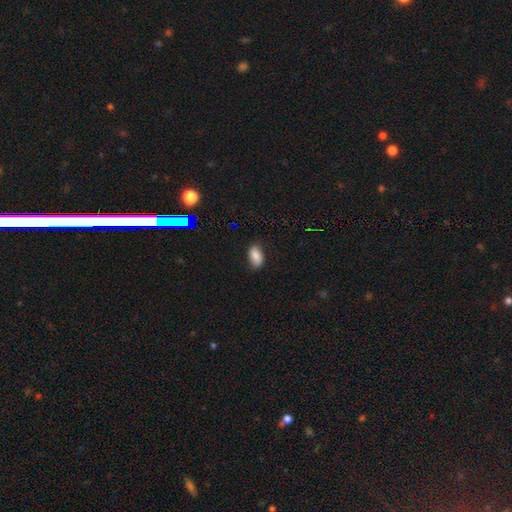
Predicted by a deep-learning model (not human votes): A smooth galaxy with no disk features (84%) that is in between round and cigar-shaped (92%).

Vote fractions:
- Smooth or featured? smooth: 84% / star or artifact: 9% / featured or disk: 7%
- How rounded? in between: 92% / round: 5% / cigar-shaped: 3%
- Merging? none: 81% / minor disturbance: 15% / major disturbance: 3% / merger: 1%